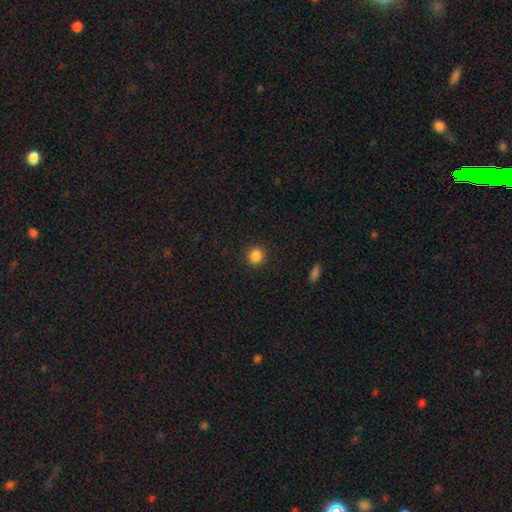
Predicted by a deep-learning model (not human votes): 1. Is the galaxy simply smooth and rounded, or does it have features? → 87% smooth, 11% star or artifact, 3% featured or disk.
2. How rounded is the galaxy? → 87% round, 12% in between, 1% cigar-shaped.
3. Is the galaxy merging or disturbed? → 91% none, 6% minor disturbance, 2% major disturbance, 1% merger.